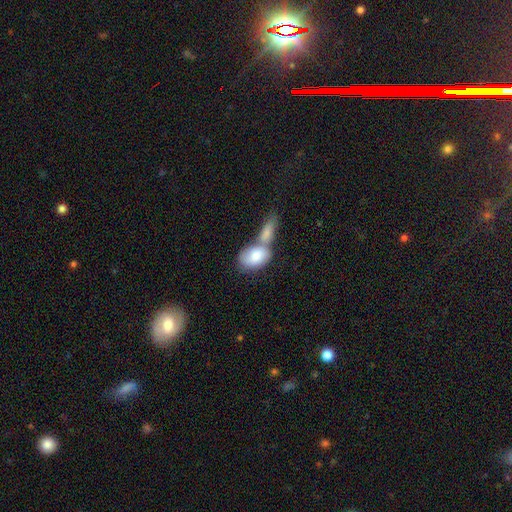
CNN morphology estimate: Smooth or featured?
  - smooth: 77% *
  - featured or disk: 18%
  - star or artifact: 5%
How rounded?
  - in between: 86% *
  - round: 11%
  - cigar-shaped: 3%
Merging?
  - merger: 62% *
  - none: 24%
  - minor disturbance: 9%
  - major disturbance: 5%